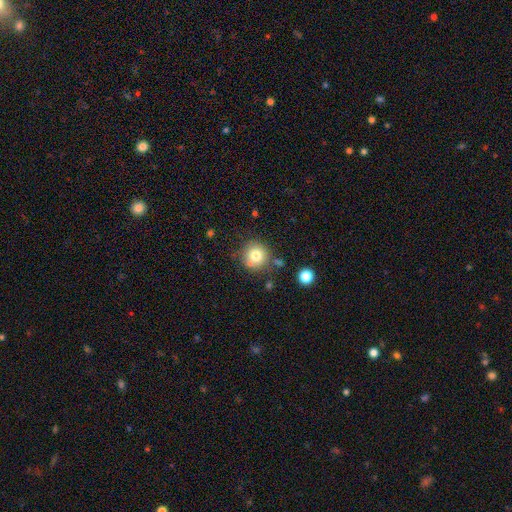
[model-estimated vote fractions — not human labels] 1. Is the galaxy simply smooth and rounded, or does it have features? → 77% smooth, 11% featured or disk, 11% star or artifact.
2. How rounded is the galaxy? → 93% round, 6% in between, 1% cigar-shaped.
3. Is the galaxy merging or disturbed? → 77% none, 12% minor disturbance, 8% merger, 4% major disturbance.